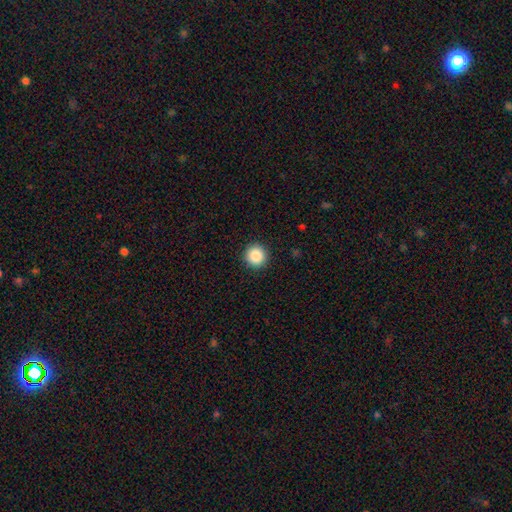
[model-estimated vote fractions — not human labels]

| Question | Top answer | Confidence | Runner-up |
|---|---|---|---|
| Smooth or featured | smooth | 88% | star or artifact (9%) |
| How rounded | round | 95% | in between (4%) |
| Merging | none | 93% | minor disturbance (5%) |